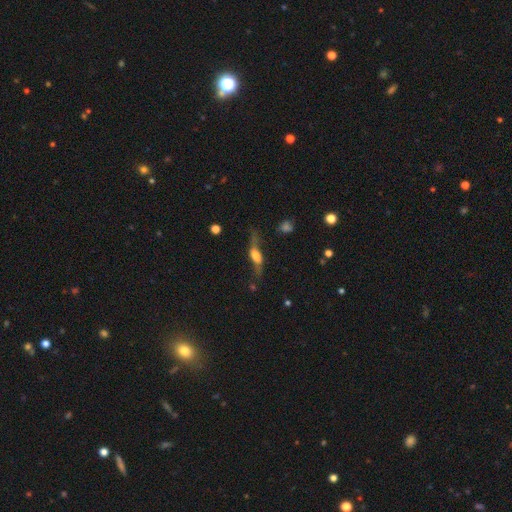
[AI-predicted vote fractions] Smooth or featured: featured or disk — 61% (smooth — 30%)
Edge-on disk: yes — 75% (no — 25%)
Merging: none — 58% (minor disturbance — 21%)